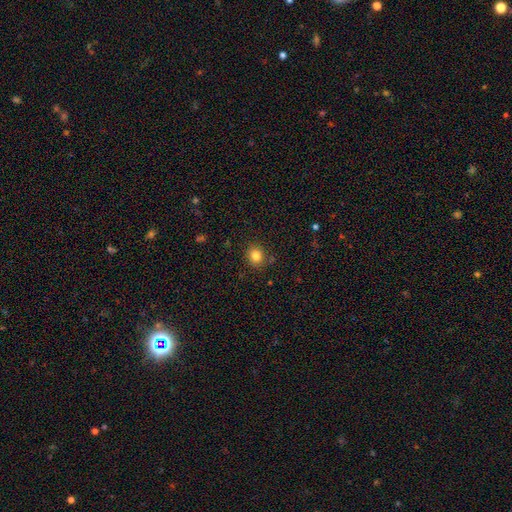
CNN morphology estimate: Smooth or featured?
  - smooth: 82% *
  - star or artifact: 12%
  - featured or disk: 6%
How rounded?
  - round: 80% *
  - in between: 19%
  - cigar-shaped: 1%
Merging?
  - none: 86% *
  - minor disturbance: 9%
  - major disturbance: 3%
  - merger: 2%